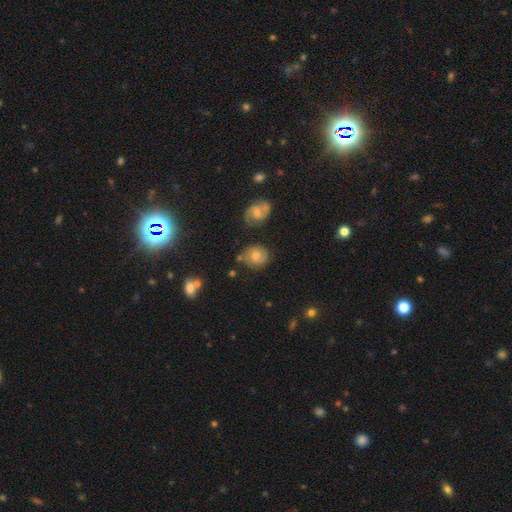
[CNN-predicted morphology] The model was most divided on "smooth or featured": smooth: 48%, featured or disk: 40%, star or artifact: 12%. More confident: merging — none (71%).